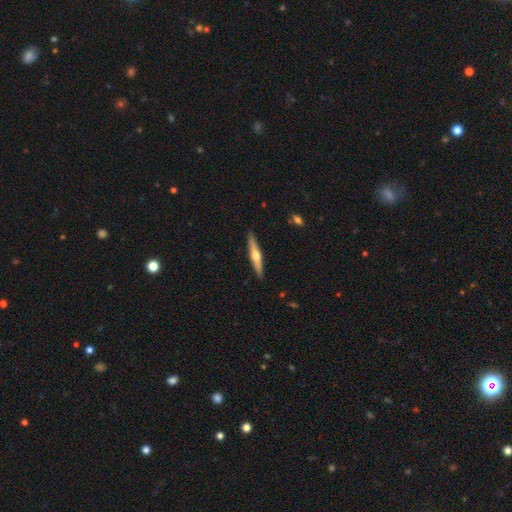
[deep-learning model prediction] The model was most divided on "smooth or featured": featured or disk: 61%, smooth: 33%, star or artifact: 5%. More confident: edge-on disk — yes (97%); edge-on bulge — rounded (93%); merging — none (91%).